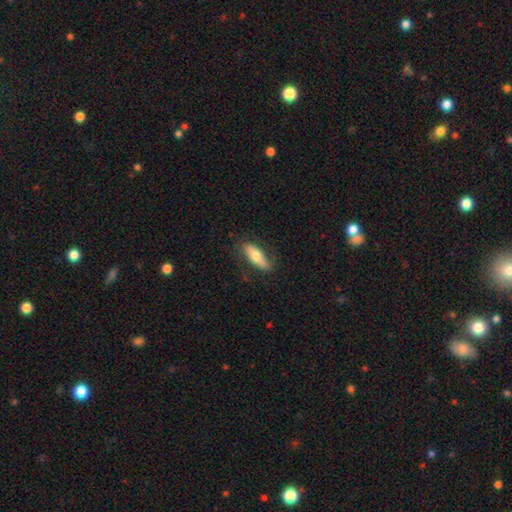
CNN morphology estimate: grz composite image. It shows a smooth galaxy with no disk features (61%) that is in between round and cigar-shaped (58%). Merging: none (77%).